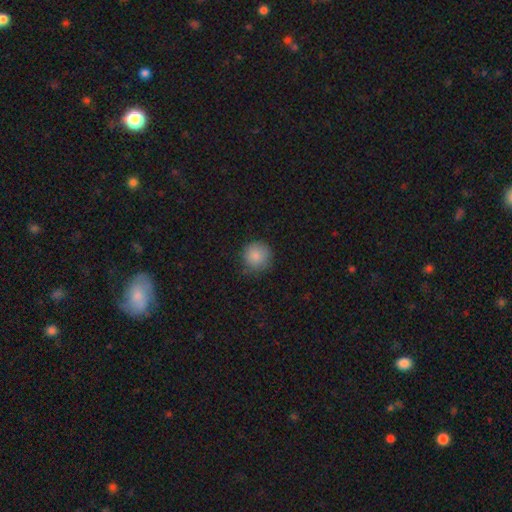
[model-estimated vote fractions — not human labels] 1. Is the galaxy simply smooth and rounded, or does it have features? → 86% smooth, 9% star or artifact, 5% featured or disk.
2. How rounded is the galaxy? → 94% round, 5% in between, 1% cigar-shaped.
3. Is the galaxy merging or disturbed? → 80% none, 16% minor disturbance, 3% major disturbance, 1% merger.